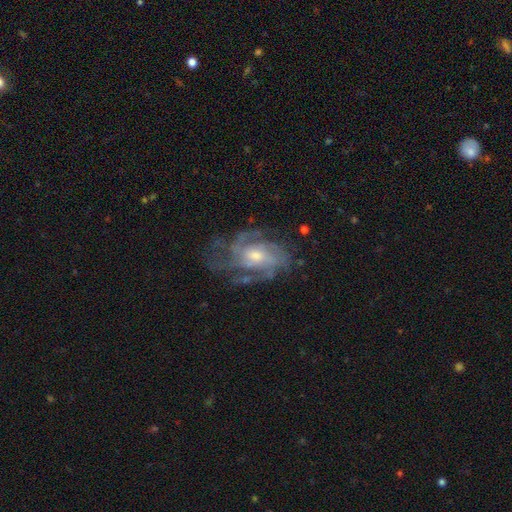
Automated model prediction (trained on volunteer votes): A featured or disk galaxy (85%) with no bar (62%), tight (44%) spiral arms (93%) and a moderate central bulge (59%). Merging: none (62%).